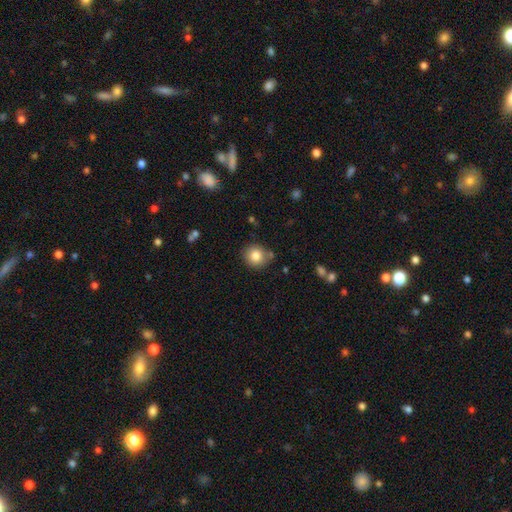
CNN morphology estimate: Smooth or featured? Predicted: smooth (p=0.82). How rounded? Predicted: round (p=0.86). Merging? Predicted: none (p=0.80).